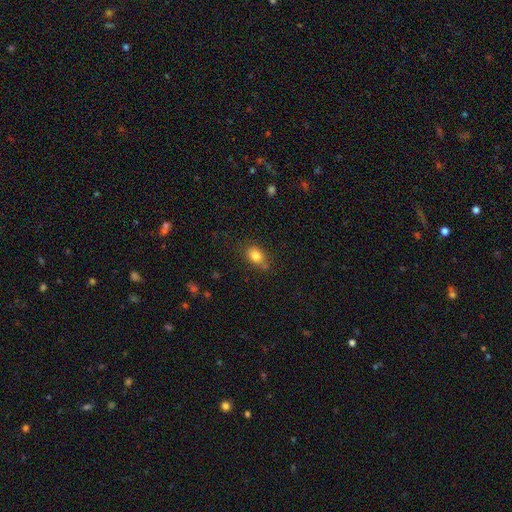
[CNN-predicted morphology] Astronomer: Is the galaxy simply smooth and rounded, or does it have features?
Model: smooth — 82%.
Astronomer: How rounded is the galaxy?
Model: in between — 60% (runner-up: round, 39%).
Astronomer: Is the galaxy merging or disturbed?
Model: none — 68%.